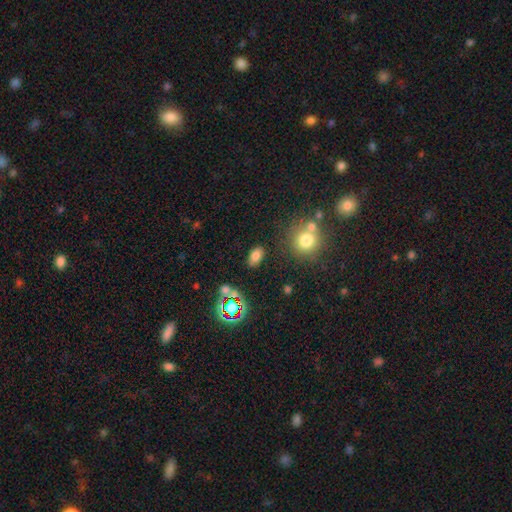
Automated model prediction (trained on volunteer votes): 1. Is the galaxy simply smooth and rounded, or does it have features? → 76% smooth, 16% star or artifact, 8% featured or disk.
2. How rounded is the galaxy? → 88% in between, 9% round, 3% cigar-shaped.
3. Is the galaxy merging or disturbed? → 84% none, 10% minor disturbance, 4% merger, 3% major disturbance.